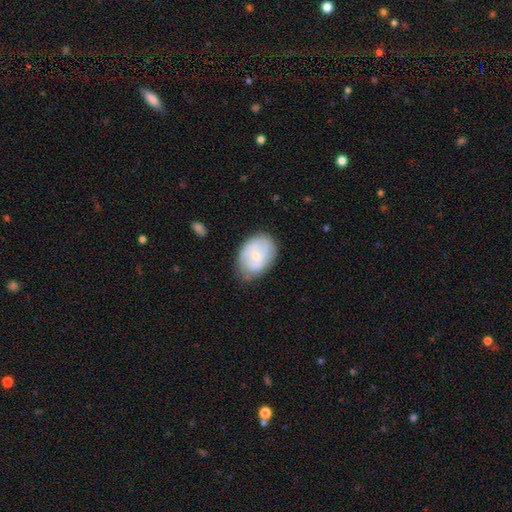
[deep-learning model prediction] Morphology: type=featured or disk (52%); edge-on=no (96%); merging=none (71%).